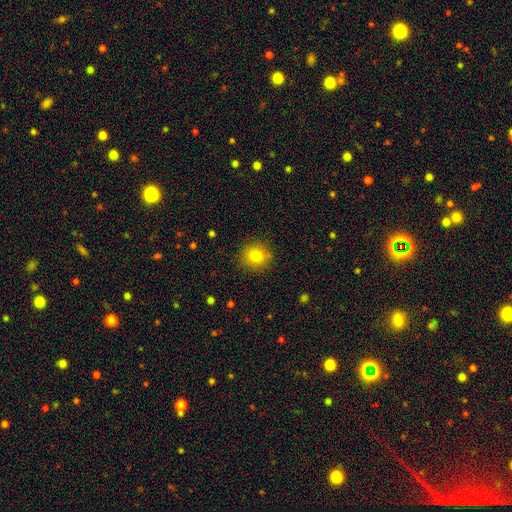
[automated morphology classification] The model was most divided on "smooth or featured": smooth: 81%, star or artifact: 11%, featured or disk: 8%. More confident: merging — none (88%); how rounded — round (87%).